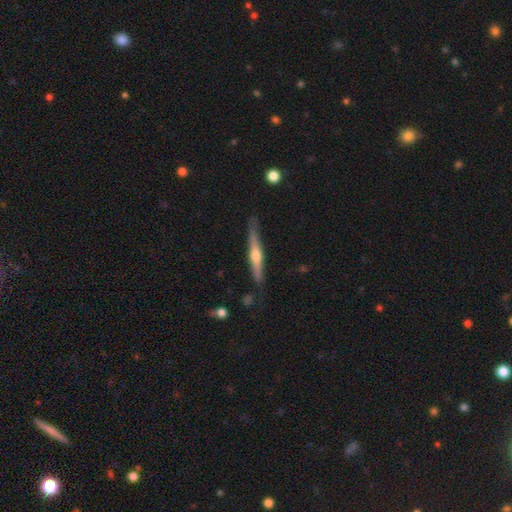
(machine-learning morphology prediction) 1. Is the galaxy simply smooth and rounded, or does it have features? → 66% featured or disk, 29% smooth, 5% star or artifact.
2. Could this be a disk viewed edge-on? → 96% yes, 4% no.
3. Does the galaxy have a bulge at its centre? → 89% rounded, 7% none, 4% boxy.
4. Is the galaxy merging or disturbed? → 81% none, 14% minor disturbance, 3% major disturbance, 2% merger.